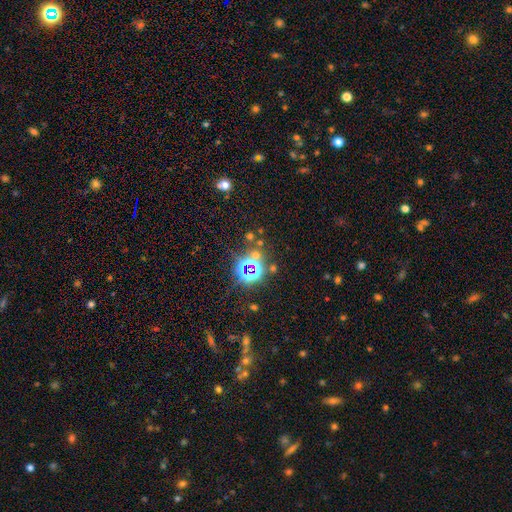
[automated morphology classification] Smooth or featured? Predicted: star or artifact (p=0.66).